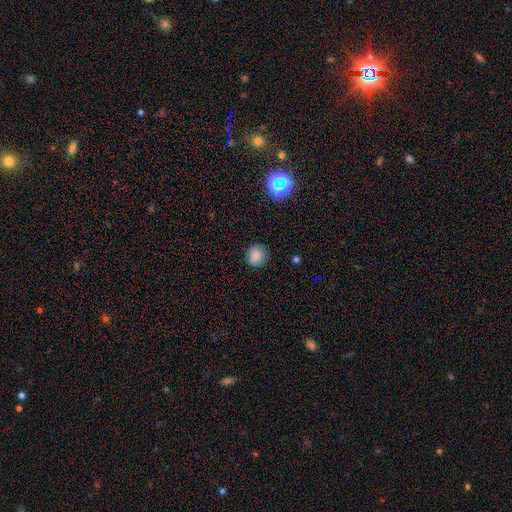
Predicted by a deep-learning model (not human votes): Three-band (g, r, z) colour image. It shows a smooth galaxy with no disk features (82%) that is round (84%). Merging: none (84%).